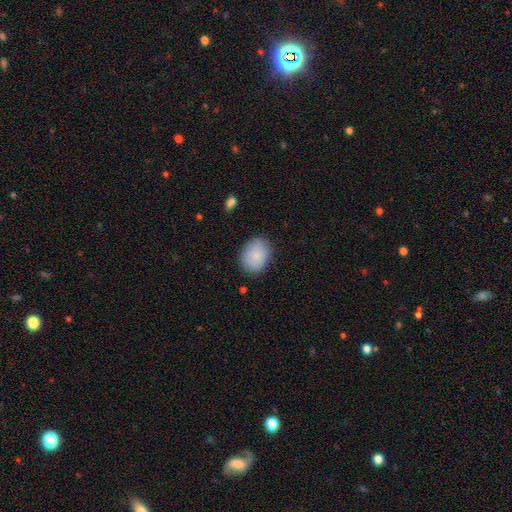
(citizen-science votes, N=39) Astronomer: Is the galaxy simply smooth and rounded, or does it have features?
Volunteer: smooth — 79%.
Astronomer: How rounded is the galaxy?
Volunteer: in between — 65%.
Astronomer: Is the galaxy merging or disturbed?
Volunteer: none — 89%.